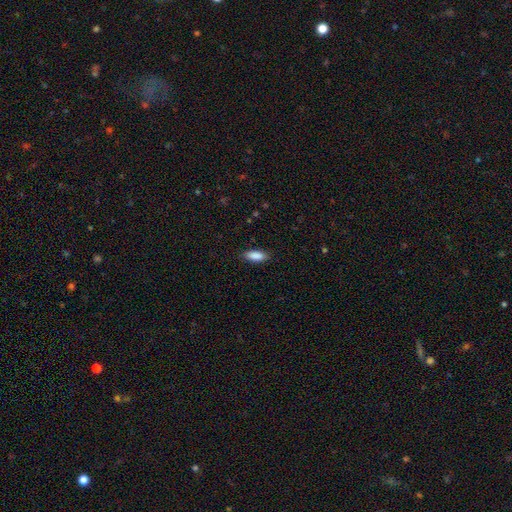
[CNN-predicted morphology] Smooth or featured?
  - smooth: 89% *
  - star or artifact: 6%
  - featured or disk: 5%
How rounded?
  - in between: 77% *
  - cigar-shaped: 21%
  - round: 2%
Merging?
  - none: 85% *
  - minor disturbance: 12%
  - major disturbance: 2%
  - merger: 1%